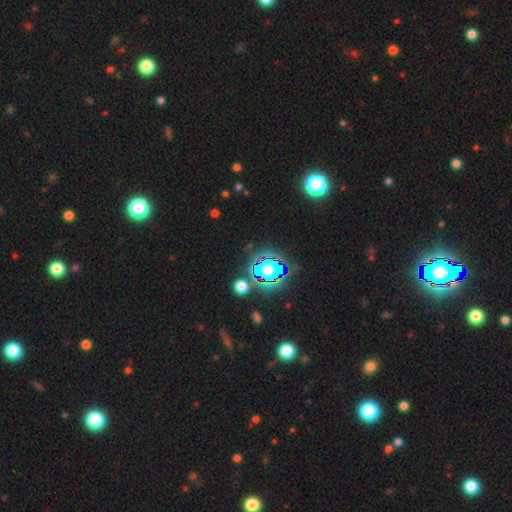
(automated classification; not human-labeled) smooth_or_featured: star or artifact (p=0.78) [alt: smooth p=0.14]